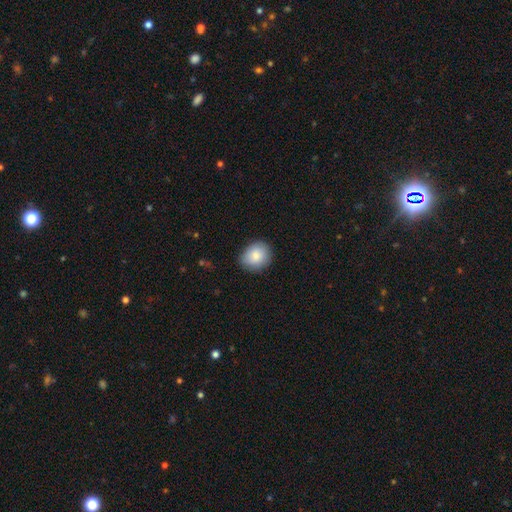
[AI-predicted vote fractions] Smooth or featured?
  - smooth: 84% *
  - featured or disk: 9%
  - star or artifact: 7%
How rounded?
  - round: 64% *
  - in between: 35%
  - cigar-shaped: 1%
Merging?
  - none: 83% *
  - minor disturbance: 13%
  - major disturbance: 3%
  - merger: 1%